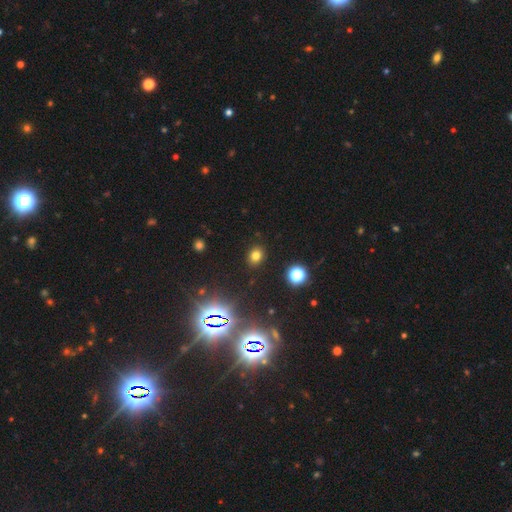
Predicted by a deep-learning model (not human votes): This is likely a smooth galaxy (73%). How rounded: possibly round (54%). Merging: clearly none (88%).